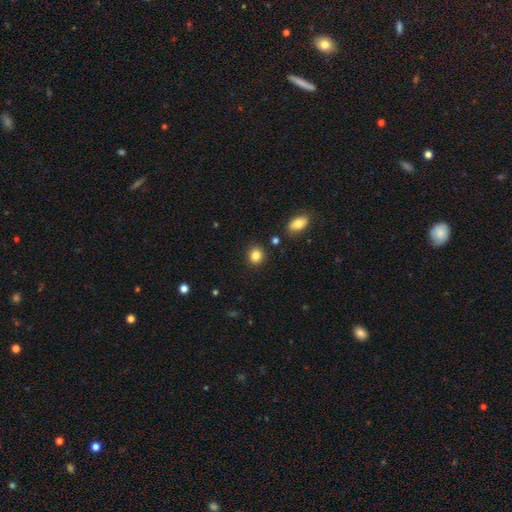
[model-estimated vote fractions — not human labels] A smooth galaxy with no disk features (85%) that is round (76%).

Vote fractions:
- Smooth or featured? smooth: 85% / star or artifact: 10% / featured or disk: 5%
- How rounded? round: 76% / in between: 23% / cigar-shaped: 1%
- Merging? none: 88% / minor disturbance: 7% / merger: 2% / major disturbance: 2%